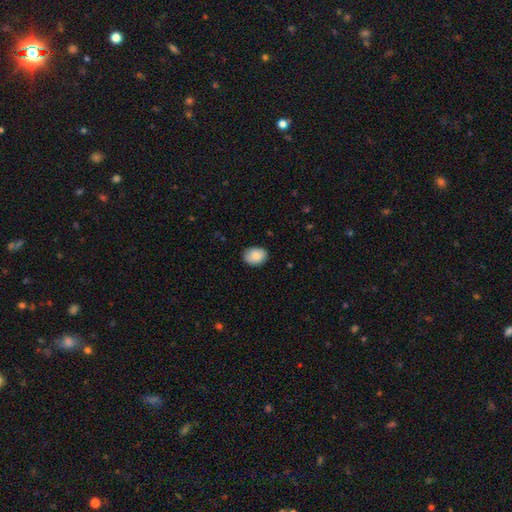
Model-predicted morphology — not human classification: smooth 88%, star or artifact 7%, featured or disk 5%. Down the decision tree: how rounded — in between (68%); merging — none (84%).